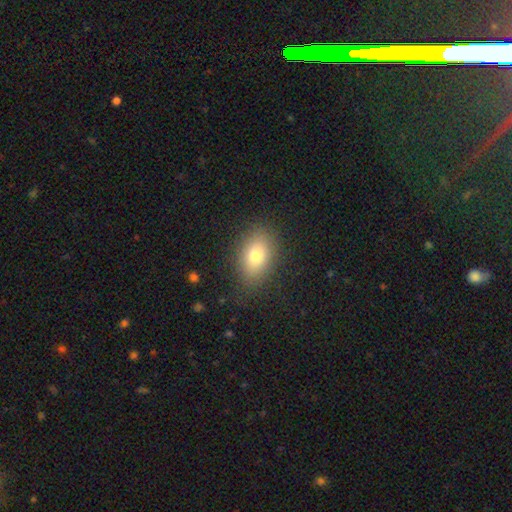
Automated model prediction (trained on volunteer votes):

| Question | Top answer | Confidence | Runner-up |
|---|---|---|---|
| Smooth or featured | smooth | 77% | featured or disk (13%) |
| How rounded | in between | 83% | round (15%) |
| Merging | none | 84% | minor disturbance (11%) |